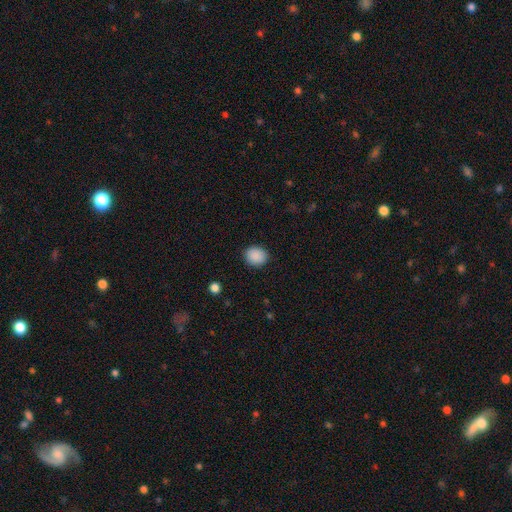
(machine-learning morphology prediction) smooth_or_featured: smooth (p=0.89) [alt: star or artifact p=0.08]
how_rounded: round (p=0.67) [alt: in between p=0.32]
merging: none (p=0.88) [alt: minor disturbance p=0.08]